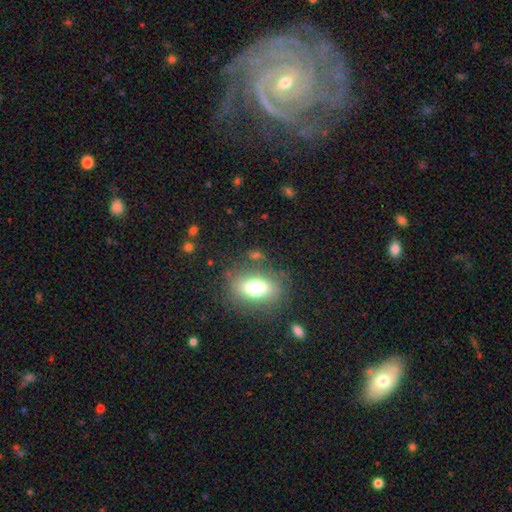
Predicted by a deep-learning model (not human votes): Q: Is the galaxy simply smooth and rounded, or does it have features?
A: smooth — 72%.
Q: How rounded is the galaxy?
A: in between — 80%.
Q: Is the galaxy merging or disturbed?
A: none — 78%.